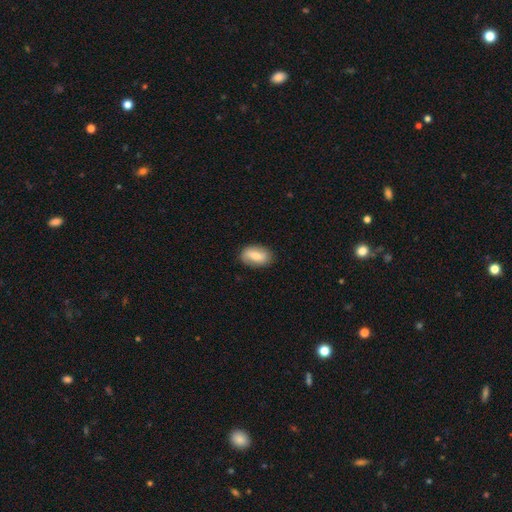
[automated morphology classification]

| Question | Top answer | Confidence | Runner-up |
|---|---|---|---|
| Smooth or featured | smooth | 69% | featured or disk (24%) |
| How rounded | in between | 90% | round (8%) |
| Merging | none | 83% | minor disturbance (13%) |